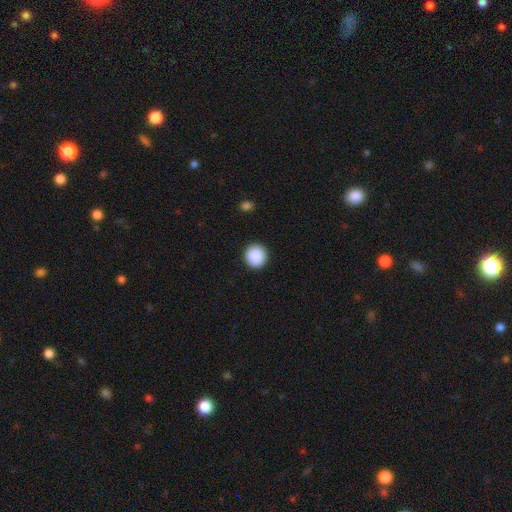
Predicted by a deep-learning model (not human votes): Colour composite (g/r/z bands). It shows a smooth galaxy with no disk features (90%) that is round (92%). Merging: none (92%).